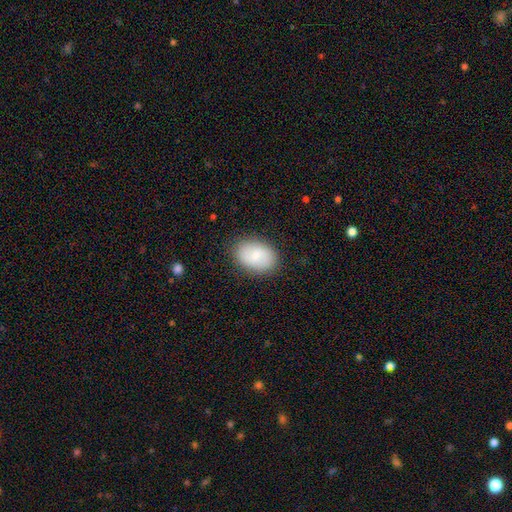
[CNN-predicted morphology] Smooth or featured? Predicted: smooth (p=0.74). How rounded? Predicted: in between (p=0.82). Merging? Predicted: none (p=0.85).